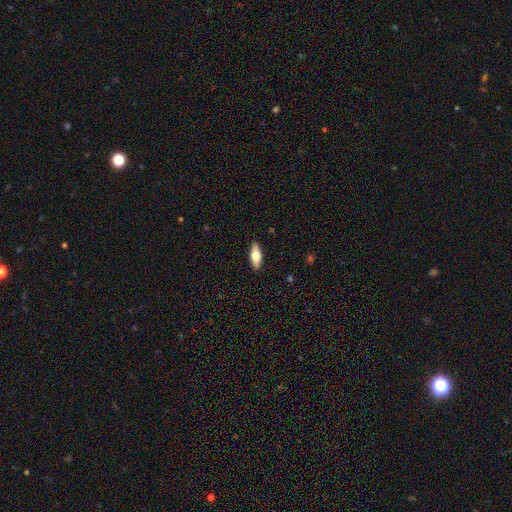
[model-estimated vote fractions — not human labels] smooth_or_featured: smooth (p=0.64) [alt: featured or disk p=0.30]
how_rounded: in between (p=0.67) [alt: cigar-shaped p=0.30]
merging: none (p=0.90) [alt: minor disturbance p=0.08]